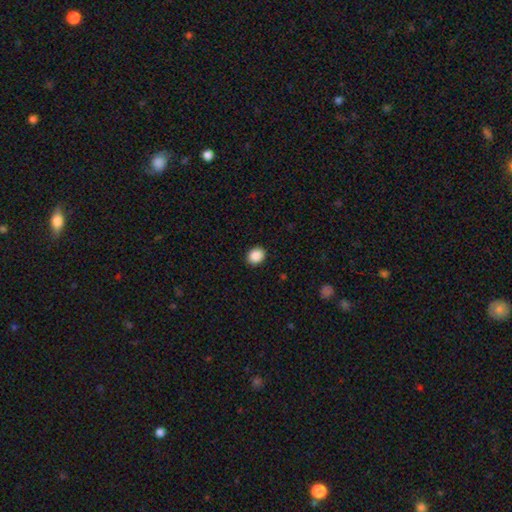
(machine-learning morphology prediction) Smooth or featured?
  - smooth: 89% *
  - star or artifact: 8%
  - featured or disk: 3%
How rounded?
  - round: 60% *
  - in between: 40%
  - cigar-shaped: 1%
Merging?
  - none: 91% *
  - minor disturbance: 6%
  - major disturbance: 2%
  - merger: 1%